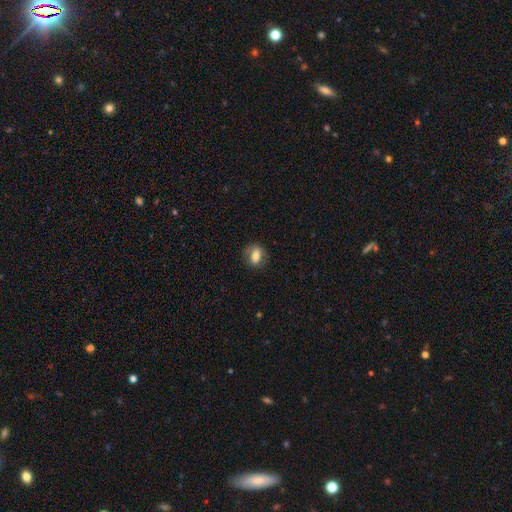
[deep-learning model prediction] This appears to be a smooth galaxy with no disk features (69%) that is in between round and cigar-shaped (68%). Merging: none (79%).